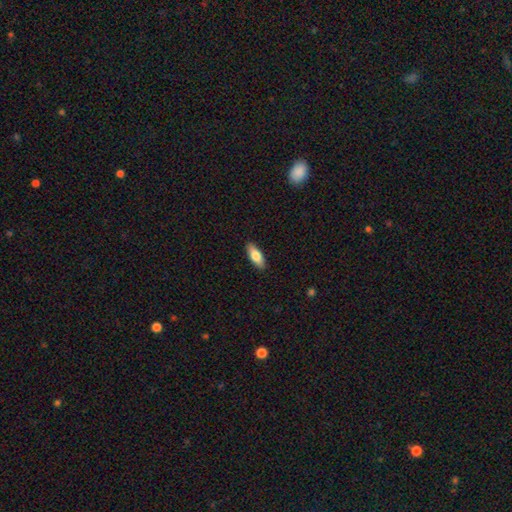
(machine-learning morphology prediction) smooth_or_featured: smooth (p=0.78) [alt: featured or disk p=0.16]
how_rounded: in between (p=0.74) [alt: cigar-shaped p=0.24]
merging: none (p=0.89) [alt: minor disturbance p=0.08]